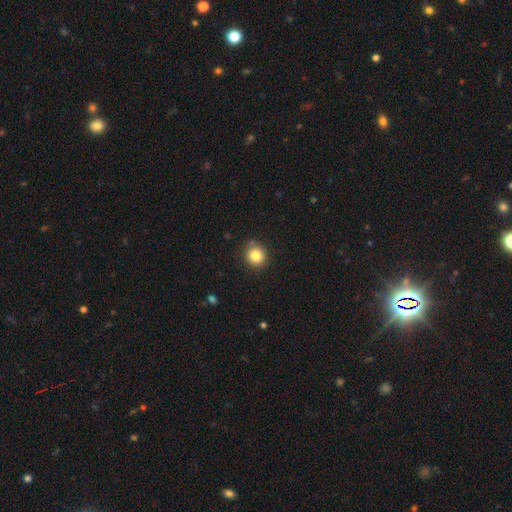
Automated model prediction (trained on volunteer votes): A smooth galaxy with no disk features (83%) that is round (90%). Merging: none (87%).